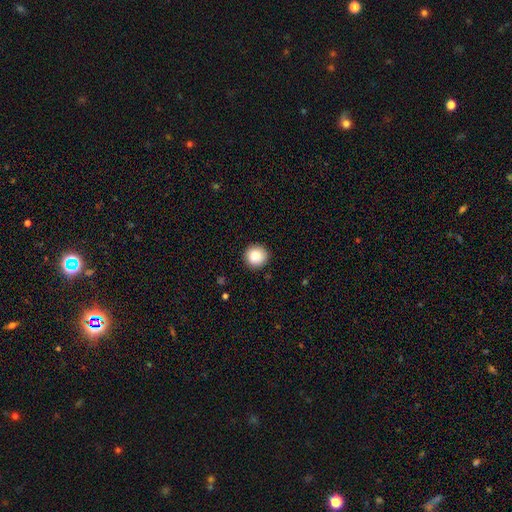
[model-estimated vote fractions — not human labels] The model was most divided on "smooth or featured": smooth: 87%, star or artifact: 9%, featured or disk: 4%. More confident: how rounded — round (94%); merging — none (91%).